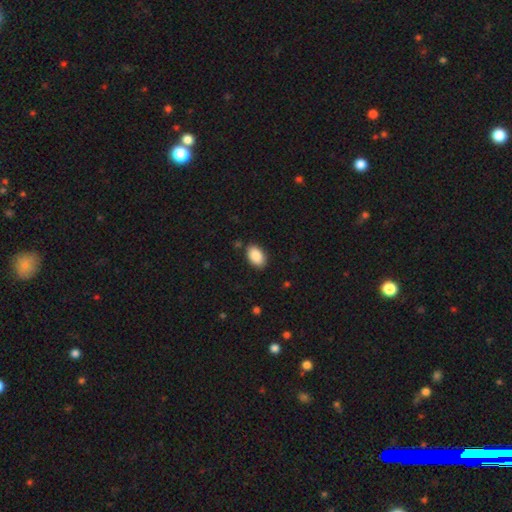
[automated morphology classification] Smooth or featured? smooth (89%)
How rounded? in between (92%)
Merging? none (86%)